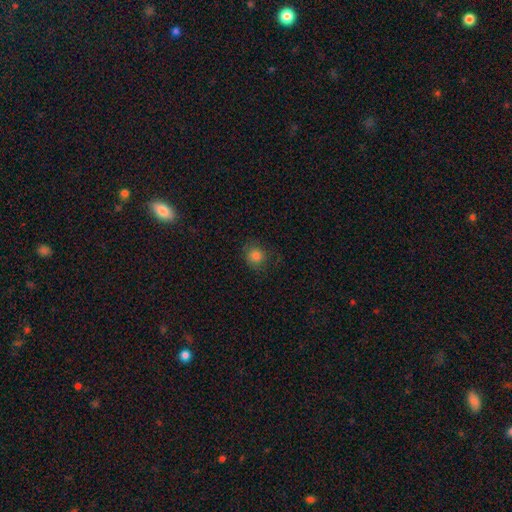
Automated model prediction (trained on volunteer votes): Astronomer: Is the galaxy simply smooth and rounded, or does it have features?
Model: smooth — 83%.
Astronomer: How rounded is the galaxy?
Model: round — 85%.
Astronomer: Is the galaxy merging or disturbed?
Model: none — 79%.